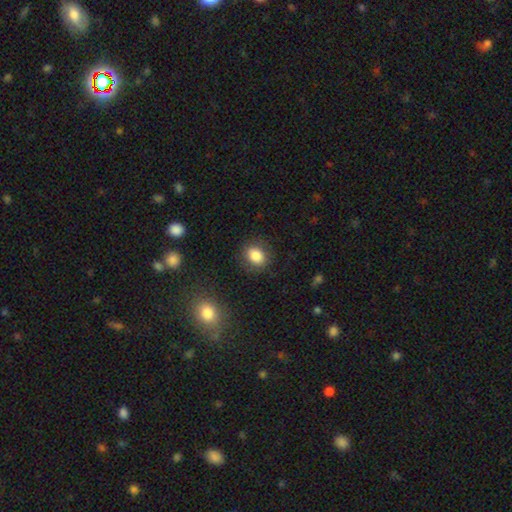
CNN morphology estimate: Q: Smooth or featured?
A: smooth (84%); runner-up: star or artifact (9%)
Q: How rounded?
A: in between (53%); runner-up: round (46%)
Q: Merging?
A: none (83%); runner-up: minor disturbance (11%)